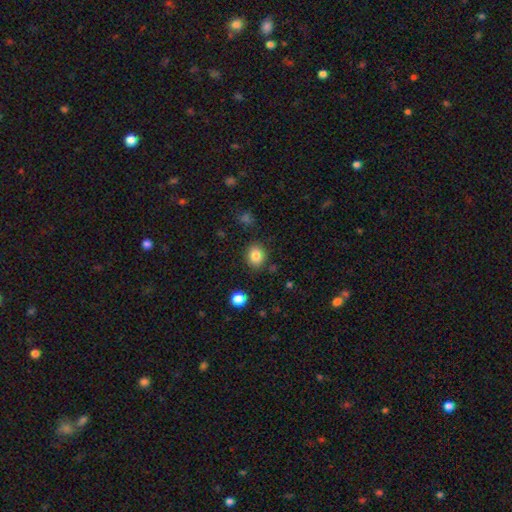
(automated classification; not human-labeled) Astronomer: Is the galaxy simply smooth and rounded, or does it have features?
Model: smooth — 84%.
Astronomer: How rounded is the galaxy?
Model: round — 68%.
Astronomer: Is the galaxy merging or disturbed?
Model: none — 85%.